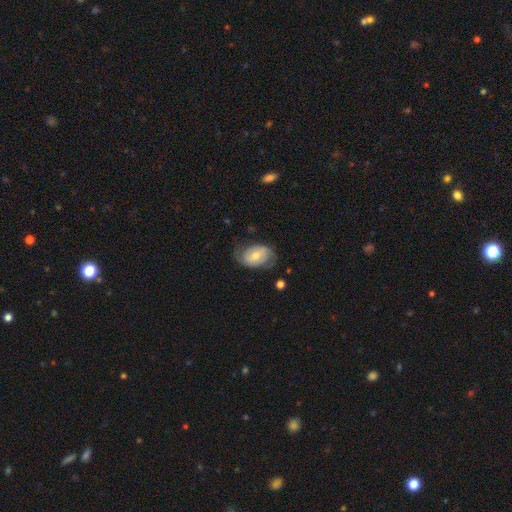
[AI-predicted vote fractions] Q: Smooth or featured?
A: featured or disk (51%); runner-up: smooth (43%)
Q: Edge-on disk?
A: no (95%); runner-up: yes (5%)
Q: Merging?
A: none (59%); runner-up: minor disturbance (26%)